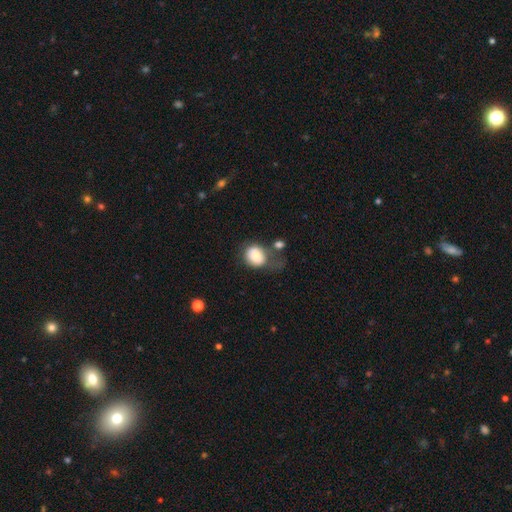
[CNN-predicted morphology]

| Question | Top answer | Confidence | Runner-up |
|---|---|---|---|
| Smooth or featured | smooth | 76% | featured or disk (15%) |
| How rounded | round | 62% | in between (37%) |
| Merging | none | 39% | minor disturbance (24%) |